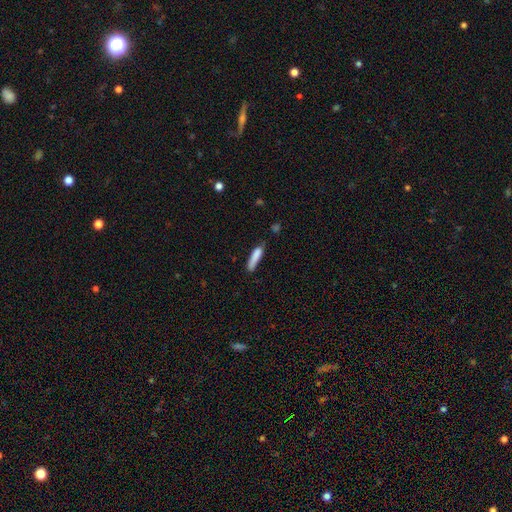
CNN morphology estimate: smooth 82%, featured or disk 11%, star or artifact 7%. Down the decision tree: how rounded — cigar-shaped (79%); merging — none (57%).